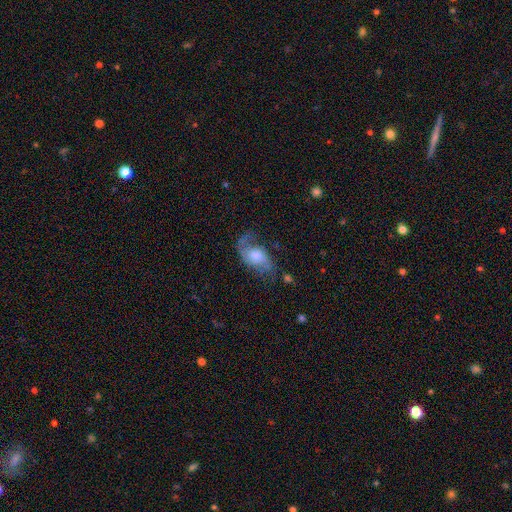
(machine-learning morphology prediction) This is likely a featured or disk galaxy (66%). It is clearly not viewed edge-on (94%). Bar: likely no (64%). Spiral arm pattern: clearly yes (88%). Spiral arm count: likely 2 (80%). Spiral winding: possibly loose (57%). Central bulge: possibly moderate (46%). Merging: possibly none (51%).